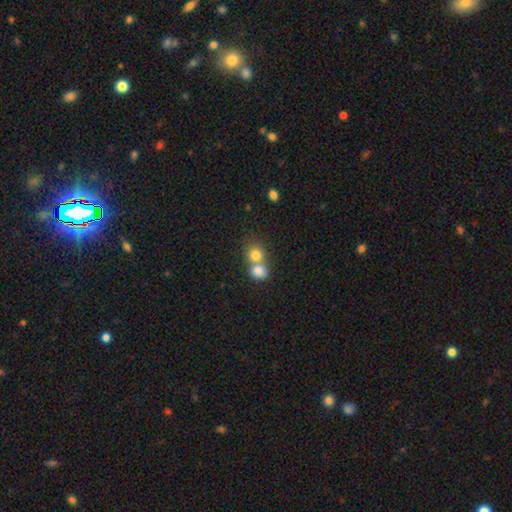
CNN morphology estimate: This appears to be a smooth galaxy with no disk features (79%) that is round (76%). Merging: merger (61%).